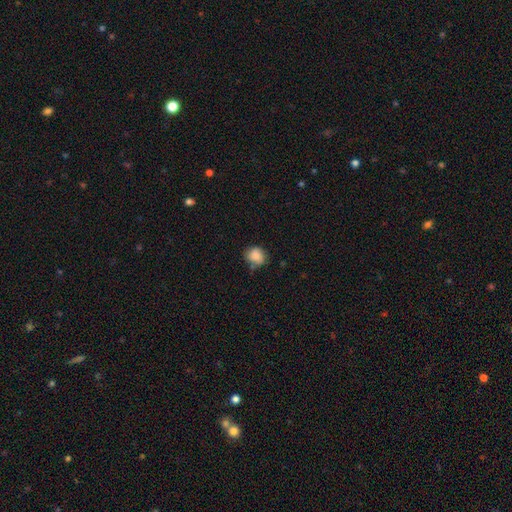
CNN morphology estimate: Smooth or featured: smooth — 84% (star or artifact — 9%)
How rounded: round — 66% (in between — 33%)
Merging: none — 61% (minor disturbance — 27%)